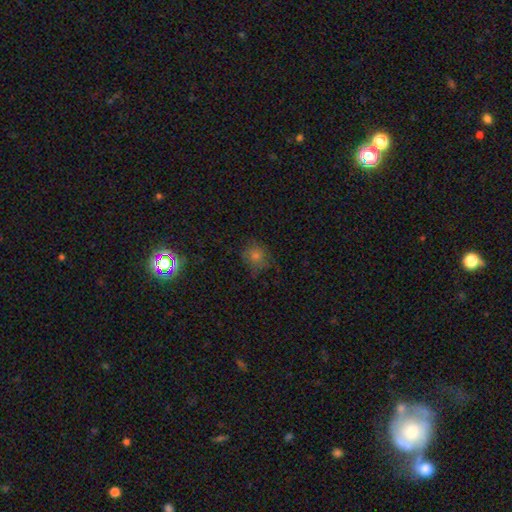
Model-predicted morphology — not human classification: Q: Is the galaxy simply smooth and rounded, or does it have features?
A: smooth — 60%.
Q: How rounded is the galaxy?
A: round — 84%.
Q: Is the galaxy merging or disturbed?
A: none — 76%.